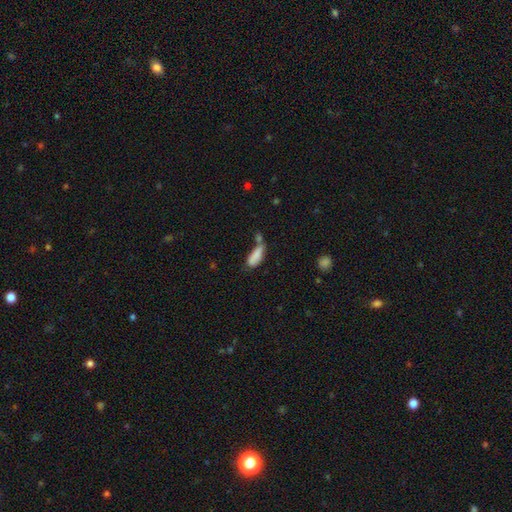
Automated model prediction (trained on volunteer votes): Smooth or featured: smooth — 81% (featured or disk — 11%)
How rounded: in between — 62% (cigar-shaped — 36%)
Merging: none — 35% (merger — 29%)